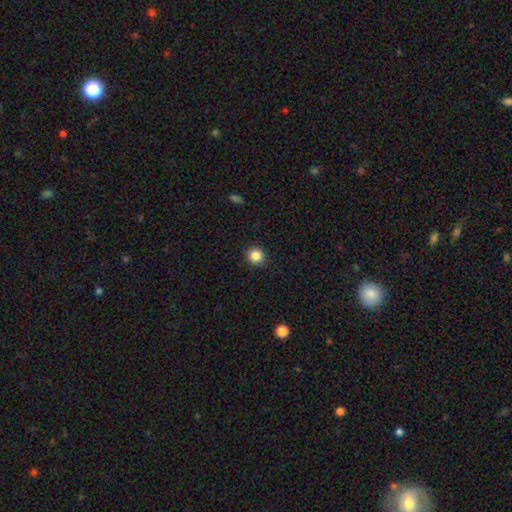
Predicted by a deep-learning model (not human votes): Smooth or featured?
  - smooth: 86% *
  - star or artifact: 10%
  - featured or disk: 4%
How rounded?
  - round: 89% *
  - in between: 10%
  - cigar-shaped: 1%
Merging?
  - none: 92% *
  - minor disturbance: 6%
  - major disturbance: 2%
  - merger: 1%